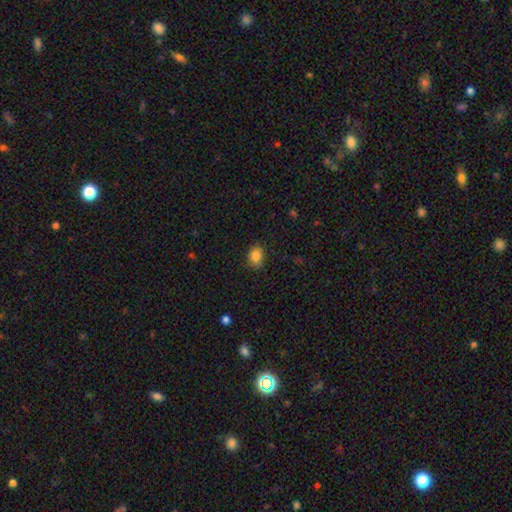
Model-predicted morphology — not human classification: Smooth or featured?
  - smooth: 86% *
  - star or artifact: 10%
  - featured or disk: 4%
How rounded?
  - in between: 56% *
  - round: 43%
  - cigar-shaped: 1%
Merging?
  - none: 83% *
  - minor disturbance: 14%
  - major disturbance: 3%
  - merger: 1%